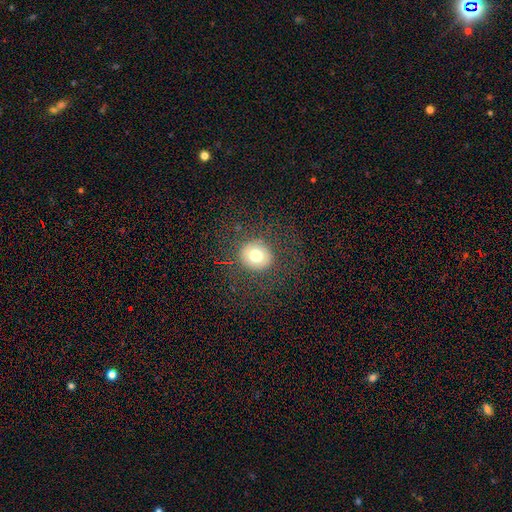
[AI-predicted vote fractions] smooth 71%, featured or disk 16%, star or artifact 12%. Down the decision tree: how rounded — round (88%); merging — none (83%).